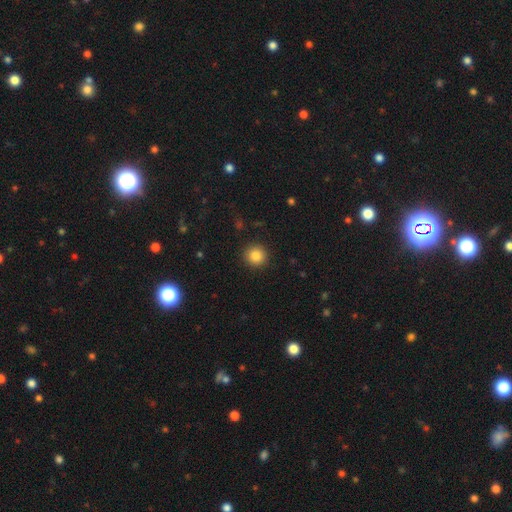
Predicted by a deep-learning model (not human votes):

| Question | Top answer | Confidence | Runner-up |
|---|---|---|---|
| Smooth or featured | smooth | 85% | star or artifact (10%) |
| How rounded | round | 94% | in between (5%) |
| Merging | none | 91% | minor disturbance (6%) |